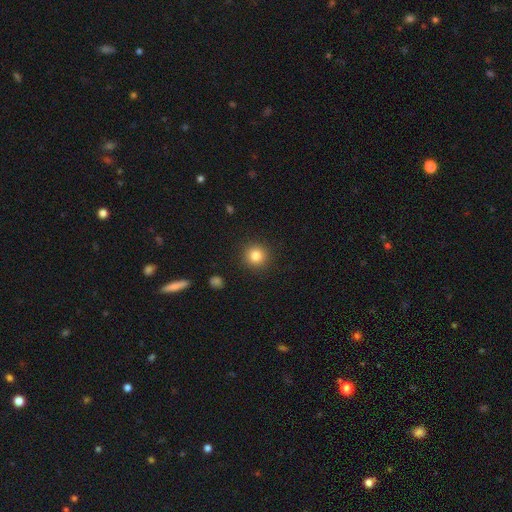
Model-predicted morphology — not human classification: Smooth or featured? Predicted: smooth (p=0.83). How rounded? Predicted: round (p=0.94). Merging? Predicted: none (p=0.91).